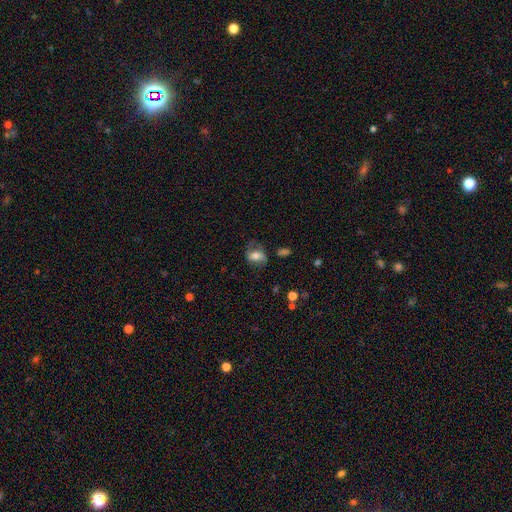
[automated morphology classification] Smooth or featured?
  - smooth: 56% *
  - featured or disk: 34%
  - star or artifact: 9%
How rounded?
  - in between: 74% *
  - round: 23%
  - cigar-shaped: 2%
Merging?
  - none: 55% *
  - minor disturbance: 26%
  - major disturbance: 17%
  - merger: 3%